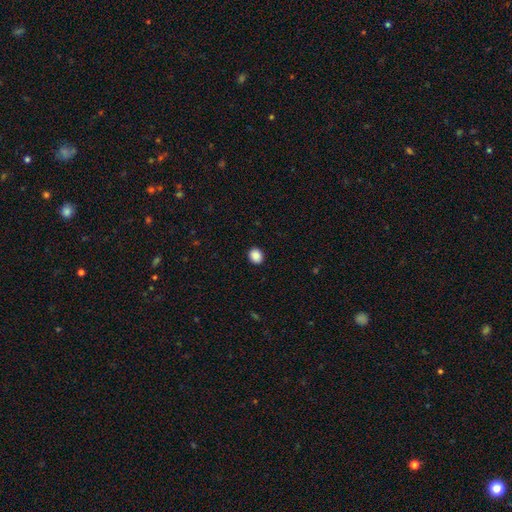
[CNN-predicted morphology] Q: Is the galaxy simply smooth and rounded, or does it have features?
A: smooth — 89%.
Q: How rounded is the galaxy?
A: round — 65%.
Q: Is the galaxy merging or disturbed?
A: none — 91%.